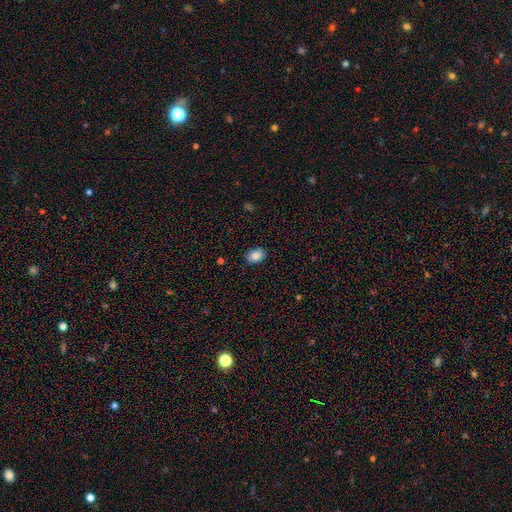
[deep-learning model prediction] Q: Smooth or featured?
A: smooth (86%); runner-up: star or artifact (8%)
Q: How rounded?
A: in between (80%); runner-up: round (19%)
Q: Merging?
A: none (85%); runner-up: minor disturbance (11%)